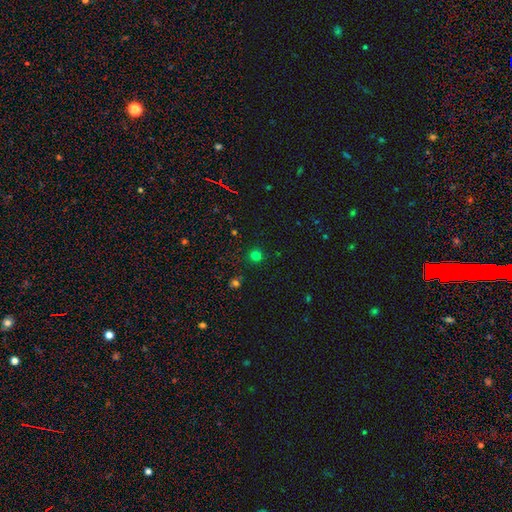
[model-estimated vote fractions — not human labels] Smooth or featured? smooth (74%)
How rounded? round (94%)
Merging? none (90%)